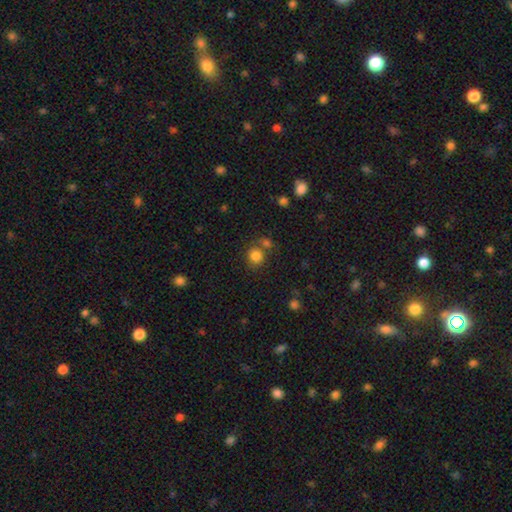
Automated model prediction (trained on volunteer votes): The model was most divided on "merging": none: 65%, merger: 20%, minor disturbance: 11%, major disturbance: 5%. More confident: how rounded — round (84%); smooth or featured — smooth (83%).